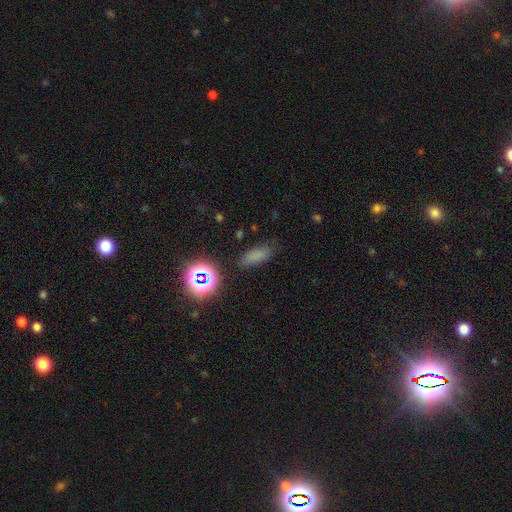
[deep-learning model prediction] This is likely a smooth galaxy (72%). How rounded: likely in between (66%). Merging: clearly none (80%).